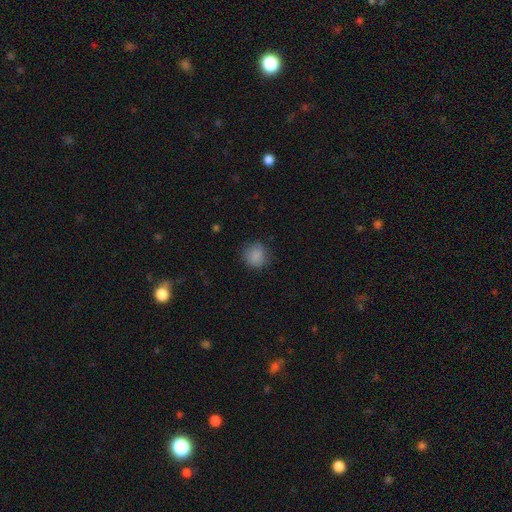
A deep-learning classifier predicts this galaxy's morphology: The model was most divided on "merging": none: 80%, minor disturbance: 15%, major disturbance: 4%, merger: 1%. More confident: how rounded — round (86%); smooth or featured — smooth (86%).